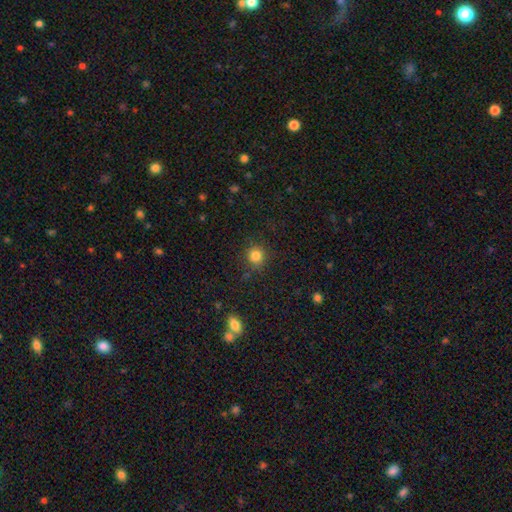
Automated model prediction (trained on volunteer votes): Morphology: type=smooth (83%); roundness=round (91%); merging=none (88%).